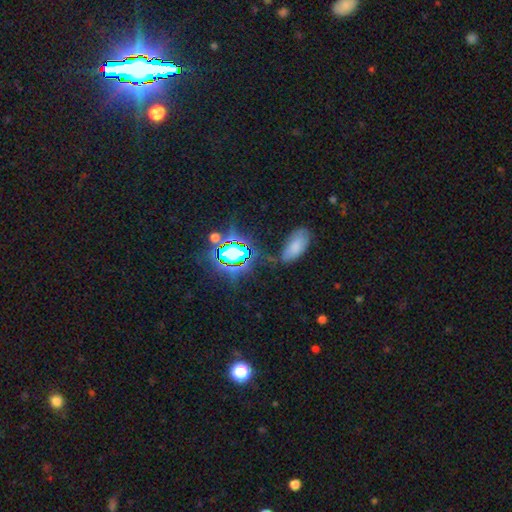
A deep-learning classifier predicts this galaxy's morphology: smooth-or-featured: star or artifact: 63% | smooth: 24% | featured or disk: 13%